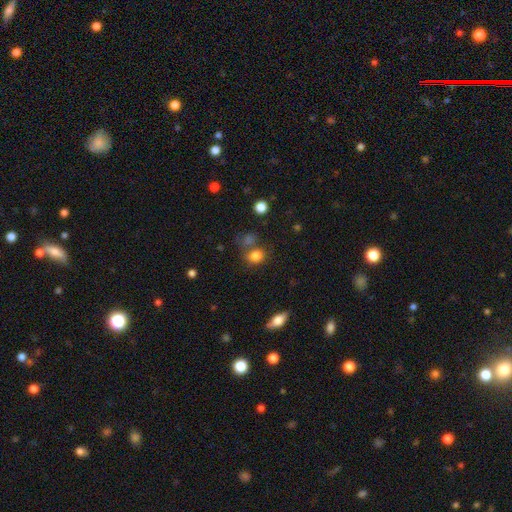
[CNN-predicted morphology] Smooth or featured? smooth (80%)
How rounded? round (63%)
Merging? none (60%)